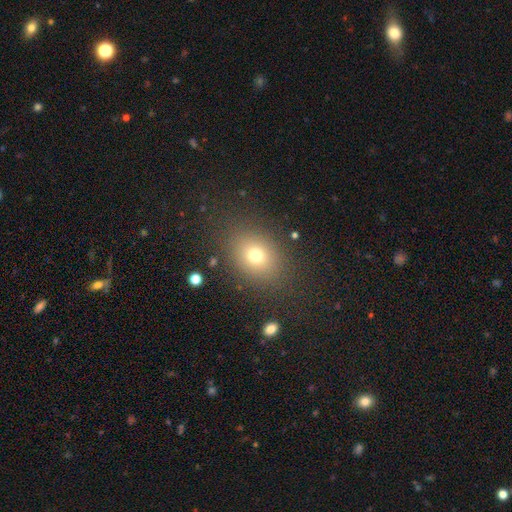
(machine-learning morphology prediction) Smooth or featured? Predicted: smooth (p=0.73). How rounded? Predicted: in between (p=0.55). Merging? Predicted: none (p=0.84).